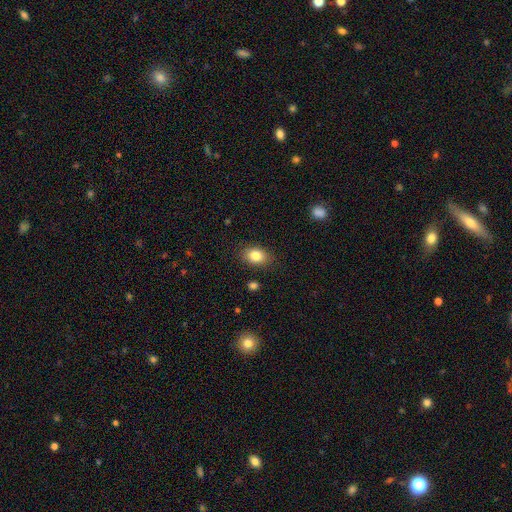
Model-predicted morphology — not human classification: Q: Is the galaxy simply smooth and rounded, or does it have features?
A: smooth — 84%.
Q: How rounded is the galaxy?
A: in between — 73%.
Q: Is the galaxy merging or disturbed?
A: none — 85%.